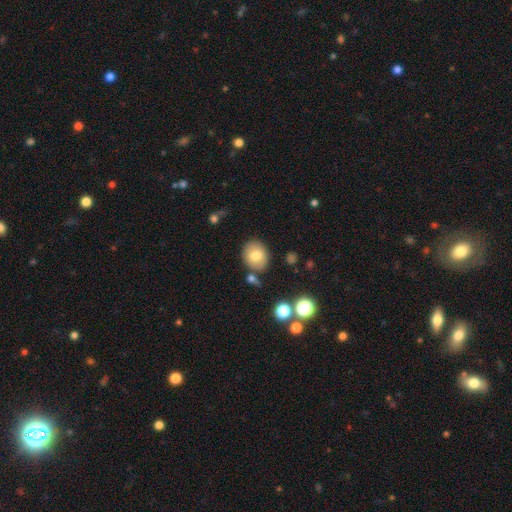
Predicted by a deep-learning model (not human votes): smooth-or-featured: smooth: 77% | featured or disk: 13% | star or artifact: 10%
  how-rounded: round: 61% | in between: 38% | cigar-shaped: 1%
  merging: none: 79% | minor disturbance: 11% | merger: 6% | major disturbance: 3%